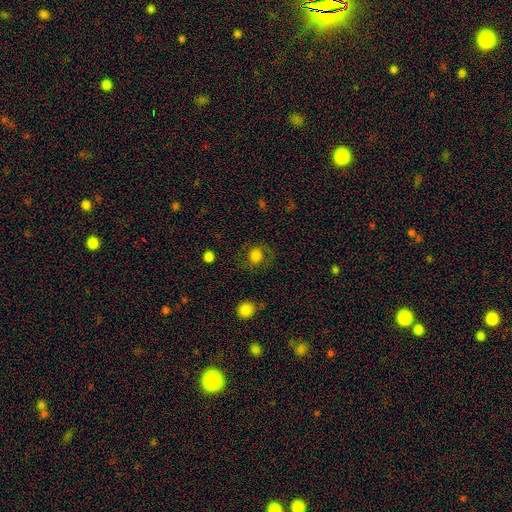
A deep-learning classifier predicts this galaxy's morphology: Smooth or featured? smooth (72%)
How rounded? round (74%)
Merging? none (70%)